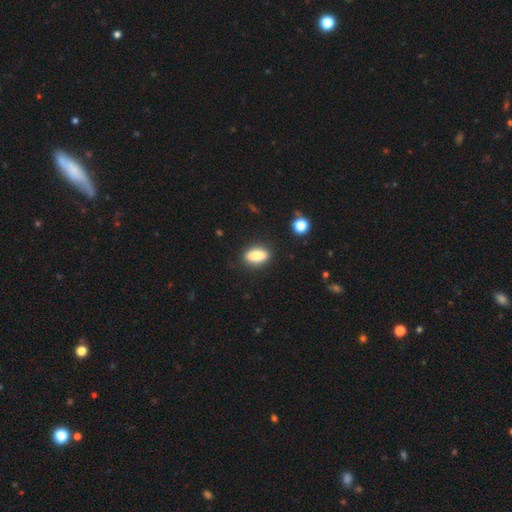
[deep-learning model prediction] Smooth or featured?
  - smooth: 82% *
  - featured or disk: 10%
  - star or artifact: 8%
How rounded?
  - in between: 83% *
  - cigar-shaped: 10%
  - round: 7%
Merging?
  - none: 86% *
  - minor disturbance: 10%
  - major disturbance: 3%
  - merger: 2%